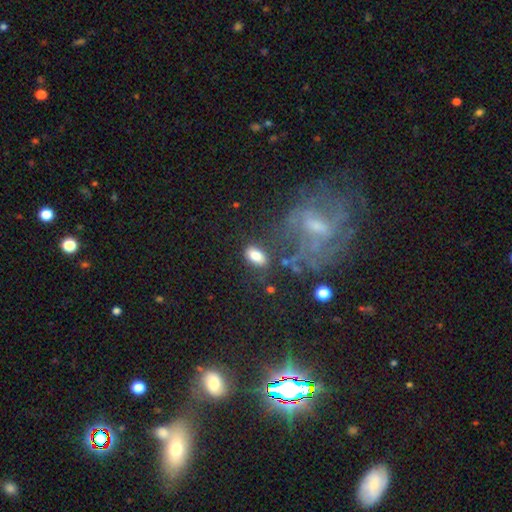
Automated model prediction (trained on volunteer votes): This appears to be a smooth galaxy with no disk features (81%) that is in between round and cigar-shaped (90%). Merging: none (76%).